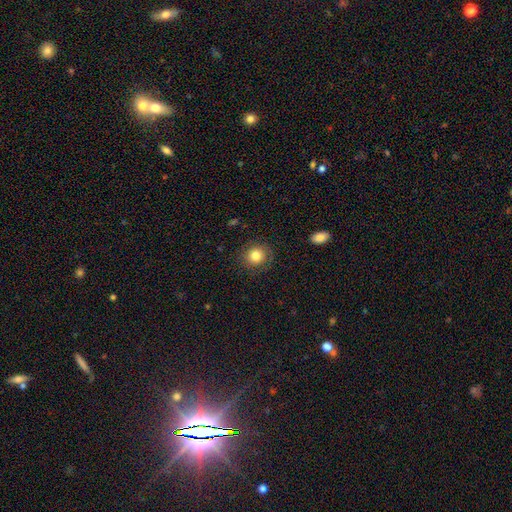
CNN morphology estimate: Q: Smooth or featured?
A: smooth (80%); runner-up: featured or disk (11%)
Q: How rounded?
A: round (87%); runner-up: in between (12%)
Q: Merging?
A: none (84%); runner-up: minor disturbance (11%)